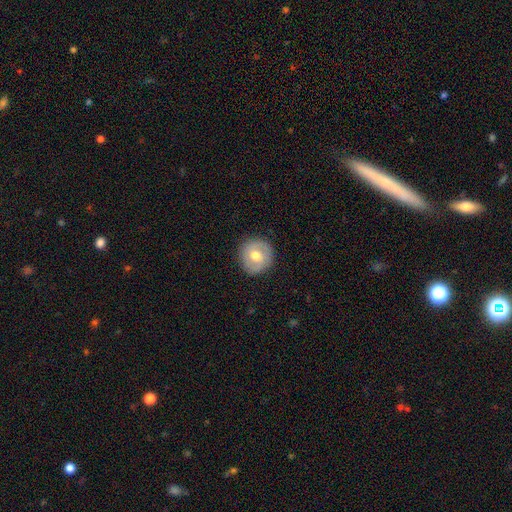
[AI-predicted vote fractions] smooth-or-featured: smooth: 55% | featured or disk: 38% | star or artifact: 7%
  how-rounded: round: 92% | in between: 7% | cigar-shaped: 1%
  merging: none: 87% | minor disturbance: 10% | major disturbance: 3% | merger: 1%